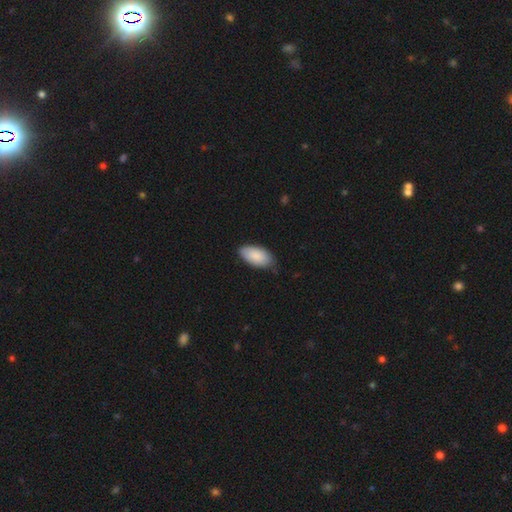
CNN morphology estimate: A smooth galaxy with no disk features (88%) that is in between round and cigar-shaped (95%). Merging: none (72%).